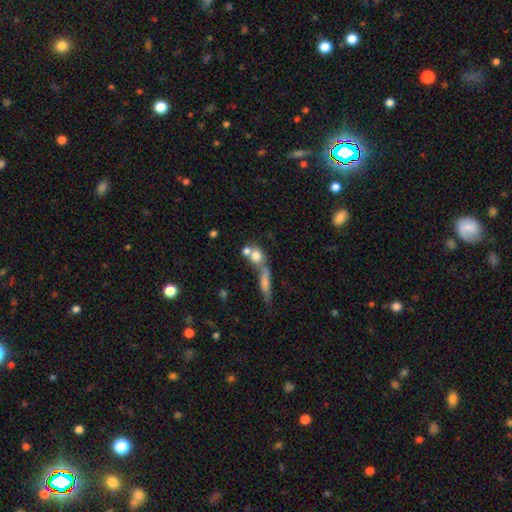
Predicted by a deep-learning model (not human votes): The model was most divided on "merging": merger: 50%, none: 34%, minor disturbance: 9%, major disturbance: 7%. More confident: smooth or featured — smooth (70%); how rounded — round (65%).